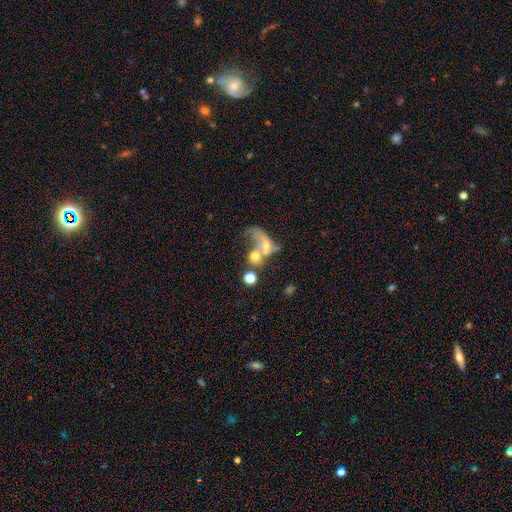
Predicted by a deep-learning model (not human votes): smooth-or-featured: featured or disk: 45% | smooth: 40% | star or artifact: 15%
  merging: merger: 56% | major disturbance: 24% | none: 13% | minor disturbance: 8%